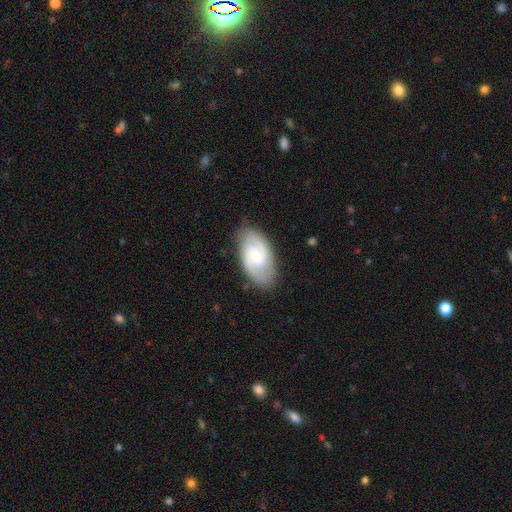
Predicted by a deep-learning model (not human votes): Smooth or featured? featured or disk (77%)
Edge-on disk? no (96%)
Bar? weak (46%, tied with no)
Spiral arms? yes (94%)
Spiral winding? medium (47%)
Spiral arm count? 2 (82%)
Bulge size? small (62%)
Merging? none (80%)